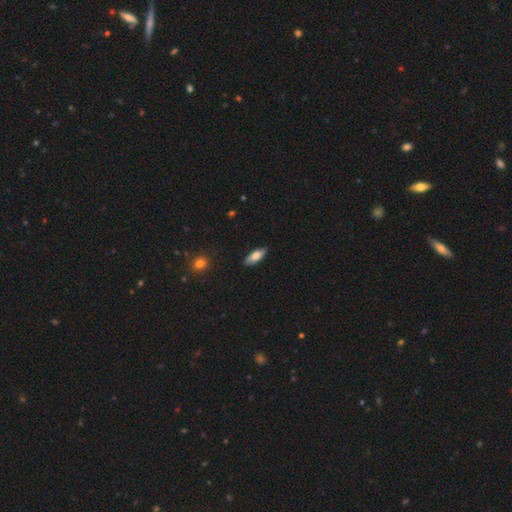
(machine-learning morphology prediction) This appears to be a smooth galaxy with no disk features (74%) that is in between round and cigar-shaped (73%). Merging: none (84%).